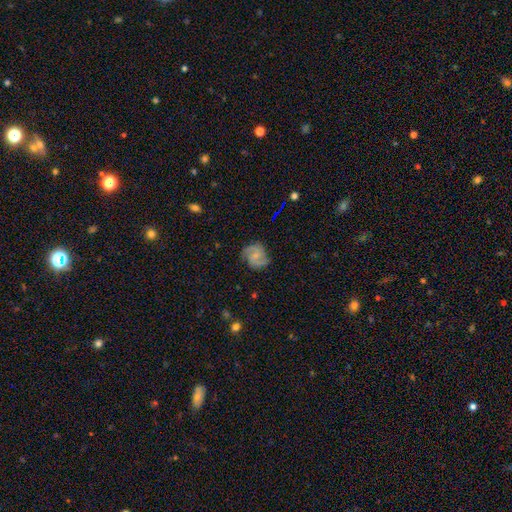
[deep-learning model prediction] Morphology: type=featured or disk (74%); edge-on=no (98%); bar=no (59%); spiral arms=yes (95%); winding=medium (51%); arm count=2 (71%); bulge=small (61%); merging=none (75%).